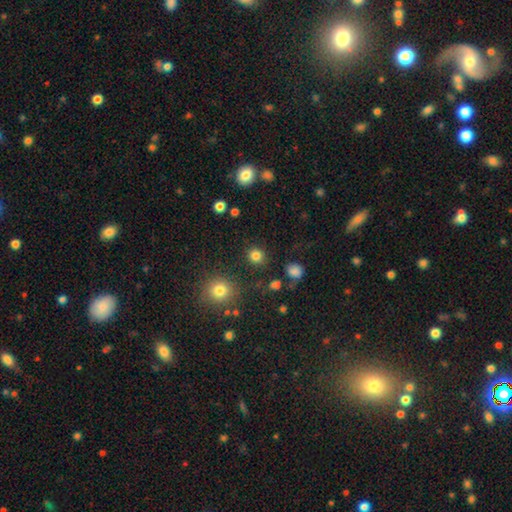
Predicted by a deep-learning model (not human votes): Morphology: type=smooth (82%); roundness=round (90%); merging=none (88%).